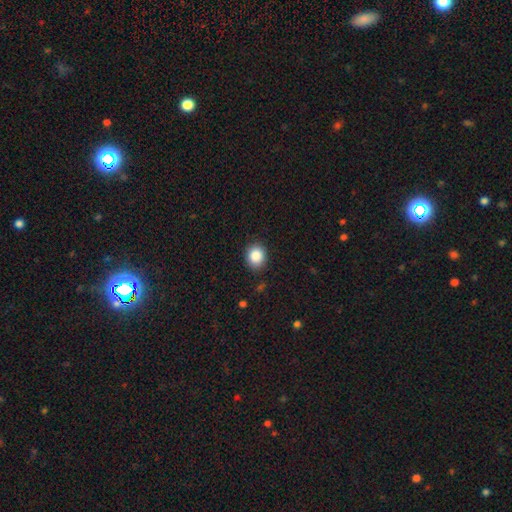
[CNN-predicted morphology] smooth_or_featured: smooth (p=0.87) [alt: star or artifact p=0.09]
how_rounded: round (p=0.68) [alt: in between p=0.31]
merging: none (p=0.88) [alt: minor disturbance p=0.08]